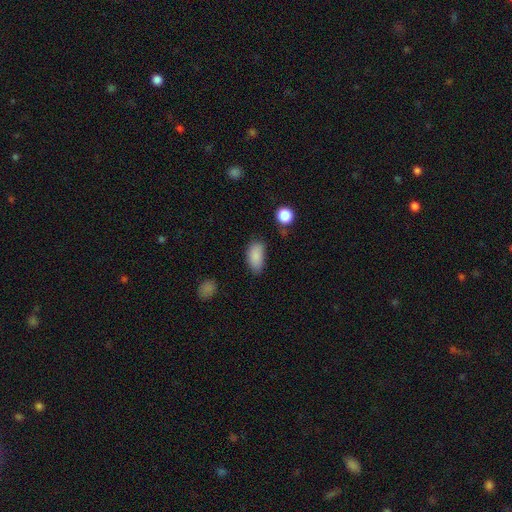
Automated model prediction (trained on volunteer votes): This is clearly a smooth galaxy (87%). How rounded: clearly in between (92%). Merging: likely none (69%).